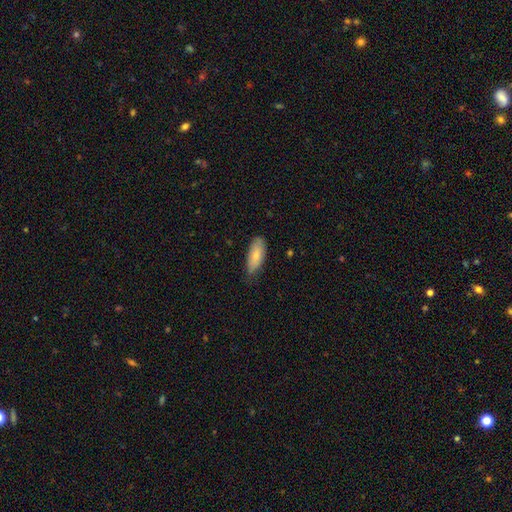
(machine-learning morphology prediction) smooth 79%, featured or disk 15%, star or artifact 6%. Down the decision tree: how rounded — in between (83%); merging — none (67%).